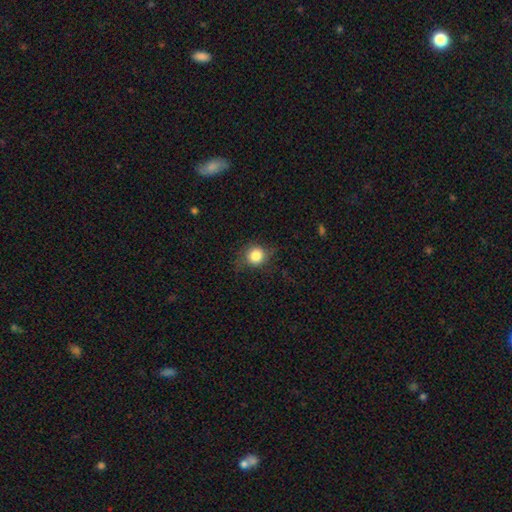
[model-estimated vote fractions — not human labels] Smooth or featured? smooth (80%)
How rounded? round (83%)
Merging? none (72%)